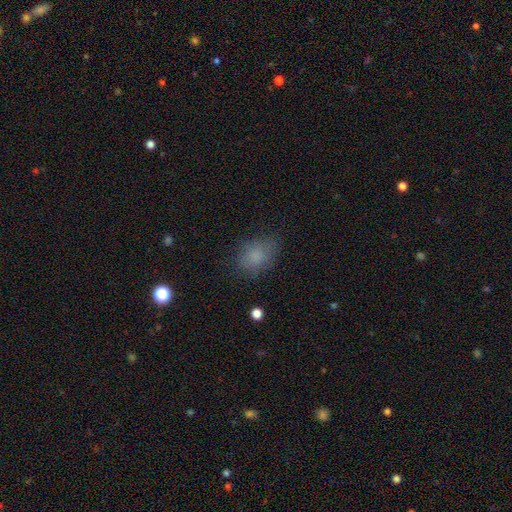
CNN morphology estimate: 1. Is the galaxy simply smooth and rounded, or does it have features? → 79% smooth, 12% star or artifact, 9% featured or disk.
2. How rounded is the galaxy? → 63% in between, 35% round, 1% cigar-shaped.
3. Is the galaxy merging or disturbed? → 68% none, 22% minor disturbance, 9% major disturbance, 1% merger.